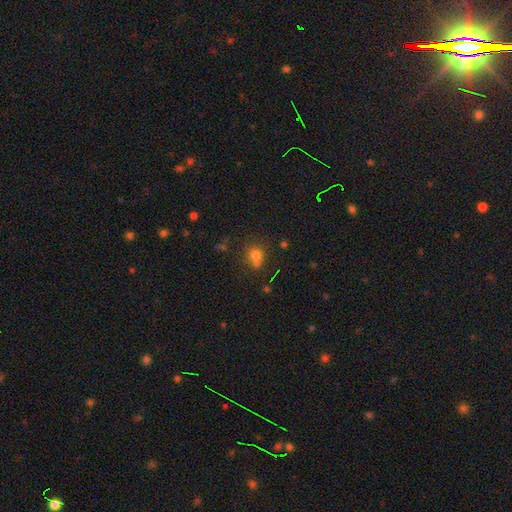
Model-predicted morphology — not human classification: smooth-or-featured: smooth: 72% | star or artifact: 17% | featured or disk: 11%
  how-rounded: round: 82% | in between: 17% | cigar-shaped: 1%
  merging: none: 53% | merger: 31% | minor disturbance: 11% | major disturbance: 5%